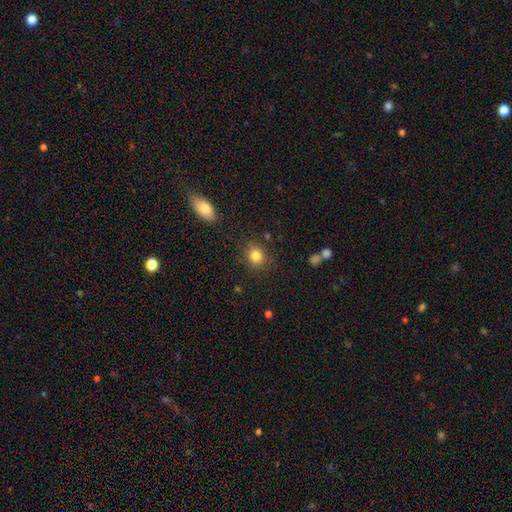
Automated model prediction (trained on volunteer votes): Morphology: type=smooth (83%); roundness=round (79%); merging=none (85%).